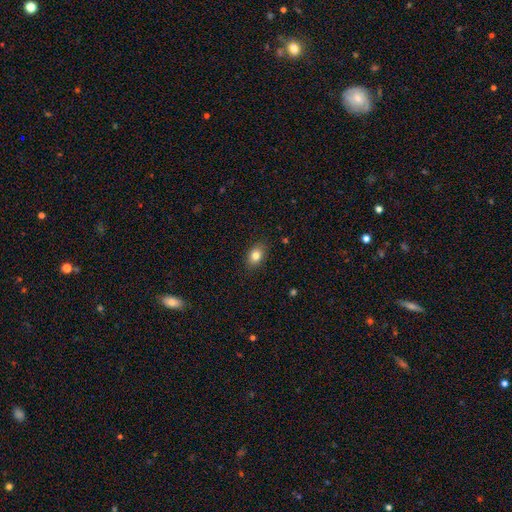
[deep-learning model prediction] This appears to be a smooth galaxy with no disk features (82%) that is in between round and cigar-shaped (78%). Merging: none (87%).